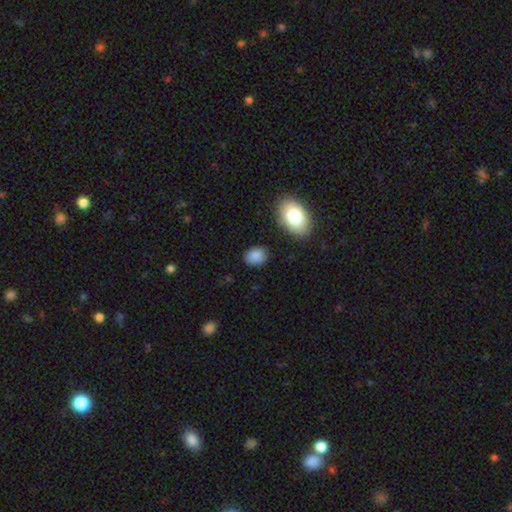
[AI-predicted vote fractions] Overall: smooth (86%). How rounded: in between (61%; round 38%). Merging: none (83%).